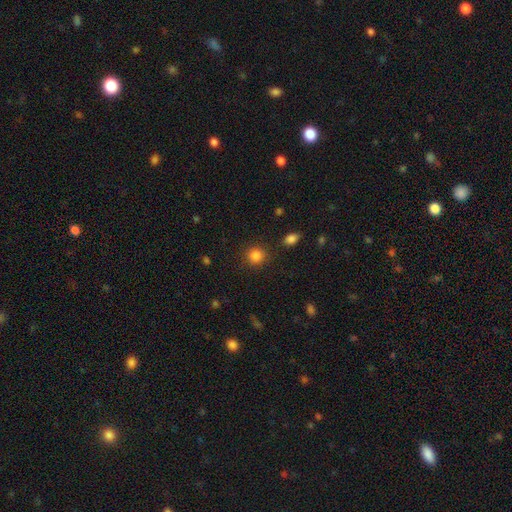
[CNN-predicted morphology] type=smooth (84%); roundness=round (91%); merging=none (88%).